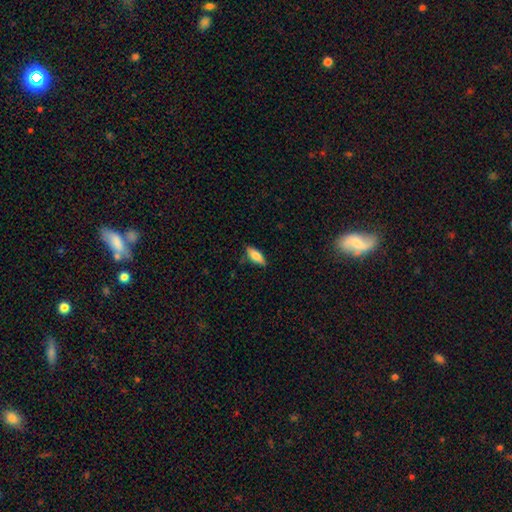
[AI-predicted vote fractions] smooth_or_featured: smooth (p=0.73) [alt: featured or disk p=0.20]
how_rounded: in between (p=0.65) [alt: cigar-shaped p=0.32]
merging: none (p=0.79) [alt: minor disturbance p=0.16]